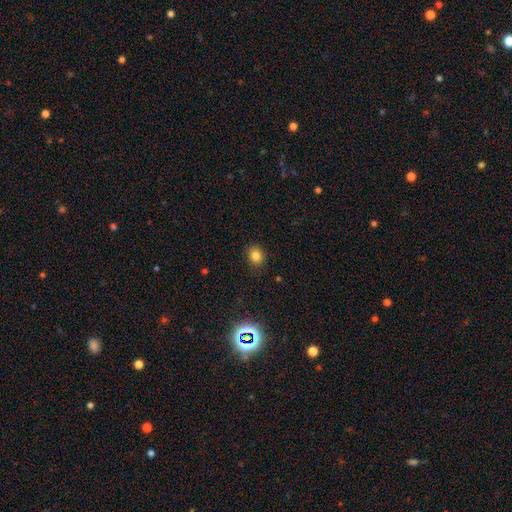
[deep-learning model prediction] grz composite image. It shows a smooth galaxy with no disk features (81%) that is round (64%). Merging: none (88%).